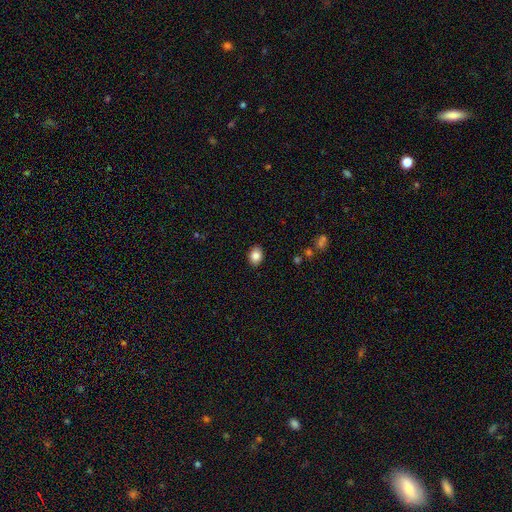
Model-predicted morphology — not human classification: Smooth or featured: smooth — 85% (star or artifact — 8%)
How rounded: in between — 67% (round — 32%)
Merging: none — 89% (minor disturbance — 8%)